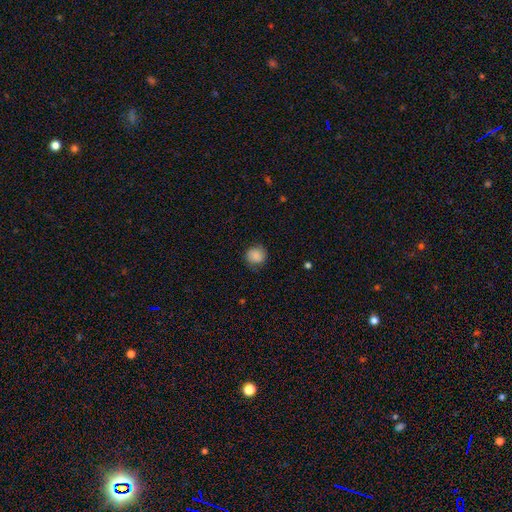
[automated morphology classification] Smooth or featured? Predicted: smooth (p=0.86). How rounded? Predicted: round (p=0.87). Merging? Predicted: none (p=0.80).